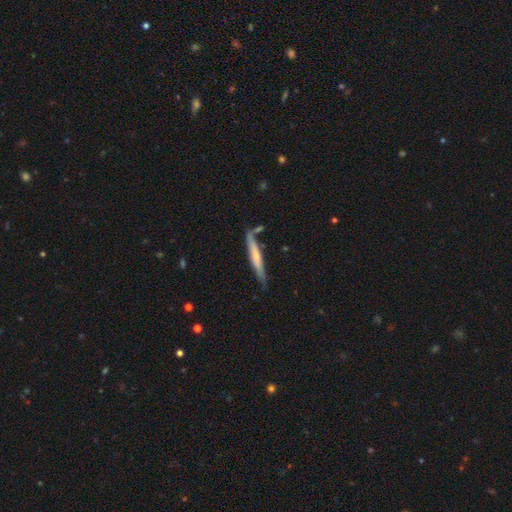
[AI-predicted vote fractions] Smooth or featured? smooth (52%)
How rounded? cigar-shaped (94%)
Merging? none (68%)